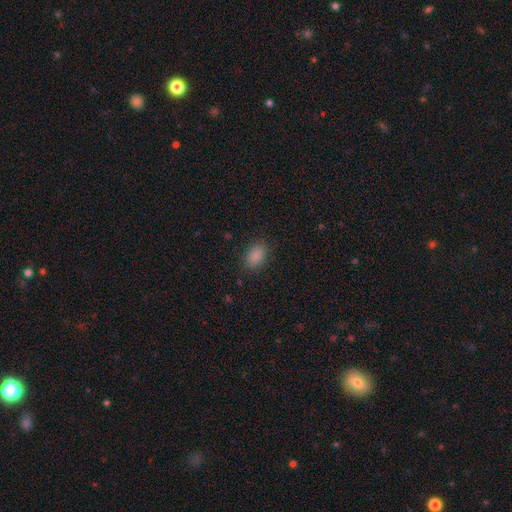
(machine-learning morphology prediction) type=smooth (87%); roundness=in between (83%); merging=none (84%).